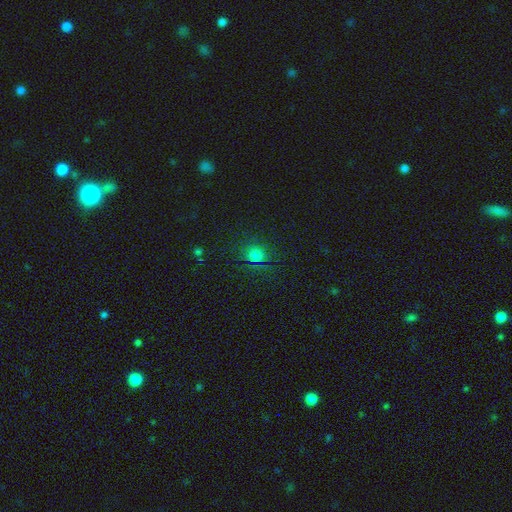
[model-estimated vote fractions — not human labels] A smooth galaxy with no disk features (74%) that is round (87%). Merging: none (85%).